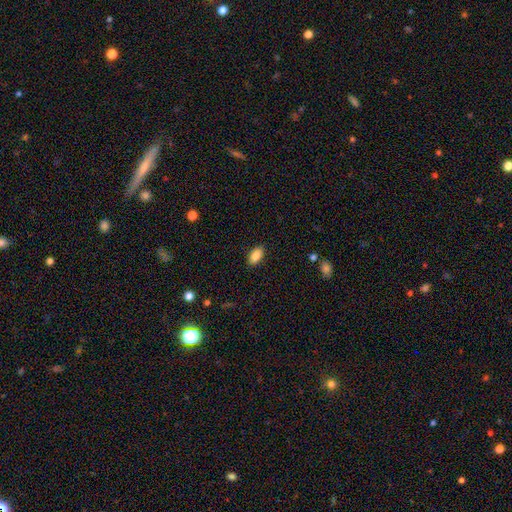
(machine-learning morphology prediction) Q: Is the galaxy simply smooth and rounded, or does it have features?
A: smooth — 87%.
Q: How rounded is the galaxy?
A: in between — 90%.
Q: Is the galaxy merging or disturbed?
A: none — 89%.